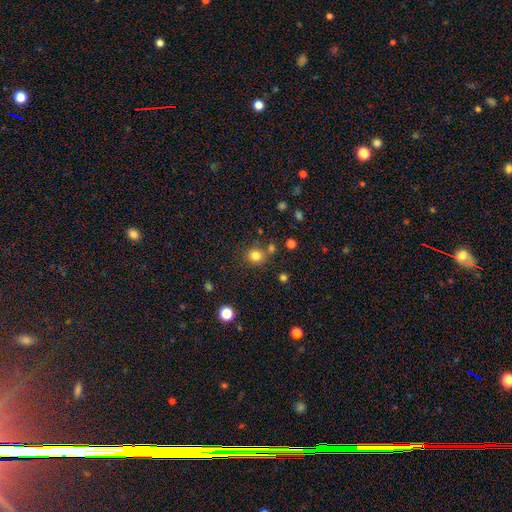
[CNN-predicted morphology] This is clearly a smooth galaxy (80%). How rounded: clearly round (84%). Merging: likely none (74%).